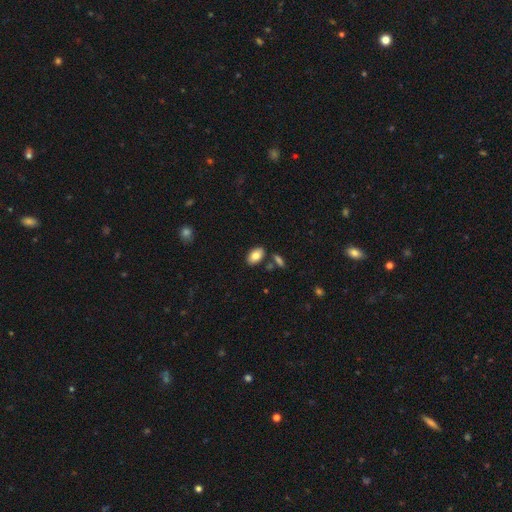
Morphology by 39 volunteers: Smooth or featured?
  - smooth: 85% *
  - featured or disk: 13%
  - star or artifact: 3%
How rounded?
  - in between: 100% *
  - round: 0%
  - cigar-shaped: 0%
Merging?
  - none: 87% *
  - minor disturbance: 8%
  - major disturbance: 3%
  - merger: 3%